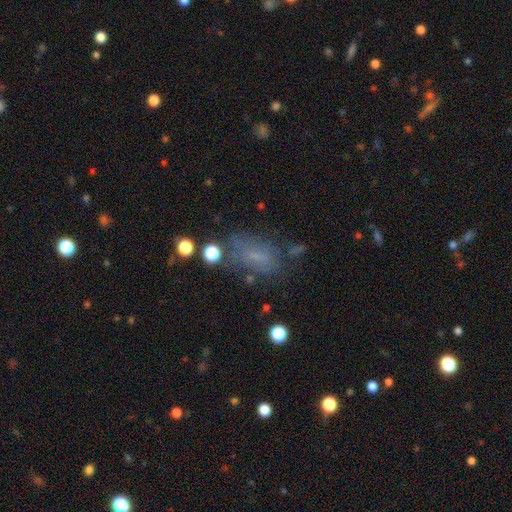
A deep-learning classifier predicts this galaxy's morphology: This appears to be a smooth galaxy with no disk features (50%) that is in between round and cigar-shaped (82%). Merging: none (53%).